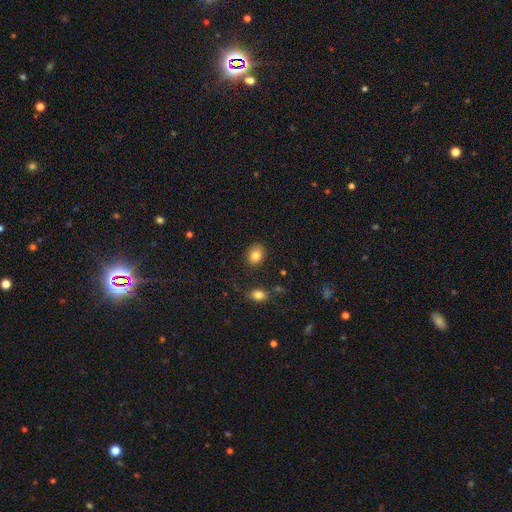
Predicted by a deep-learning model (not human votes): Q: Smooth or featured?
A: smooth (83%); runner-up: star or artifact (9%)
Q: How rounded?
A: in between (54%); runner-up: round (45%)
Q: Merging?
A: none (85%); runner-up: minor disturbance (10%)